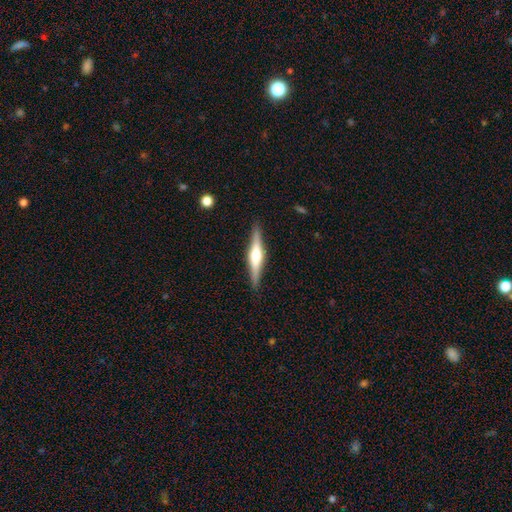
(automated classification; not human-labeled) A featured or disk galaxy (71%) viewed edge-on (98%) with a rounded central bulge (84%). Merging: none (90%).